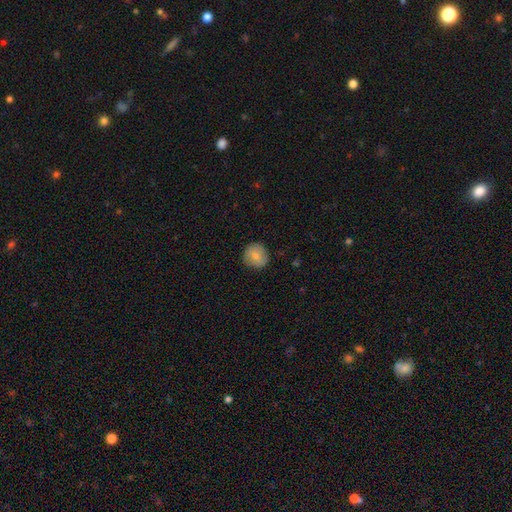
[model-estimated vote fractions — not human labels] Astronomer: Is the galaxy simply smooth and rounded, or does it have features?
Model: smooth — 76%.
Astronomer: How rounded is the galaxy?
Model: round — 86%.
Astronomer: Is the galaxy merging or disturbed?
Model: none — 83%.